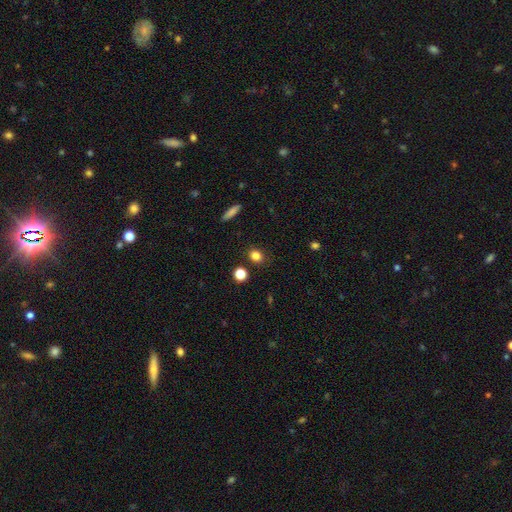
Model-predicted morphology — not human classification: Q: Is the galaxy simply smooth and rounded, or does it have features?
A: smooth — 82%.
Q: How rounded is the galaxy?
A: round — 61%.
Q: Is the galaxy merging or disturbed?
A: none — 84%.